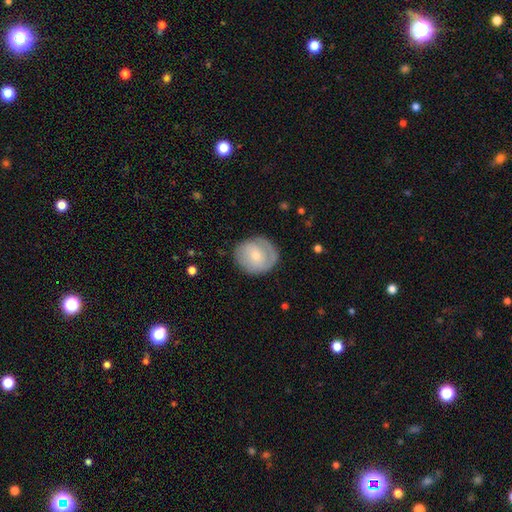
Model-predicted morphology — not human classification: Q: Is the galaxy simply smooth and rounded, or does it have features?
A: featured or disk — 54%.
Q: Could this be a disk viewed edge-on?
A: no — 97%.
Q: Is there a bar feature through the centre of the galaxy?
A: no — 66%.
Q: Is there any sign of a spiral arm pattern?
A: yes — 72%.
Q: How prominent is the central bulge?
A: small — 57%.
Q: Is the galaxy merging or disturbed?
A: none — 78%.